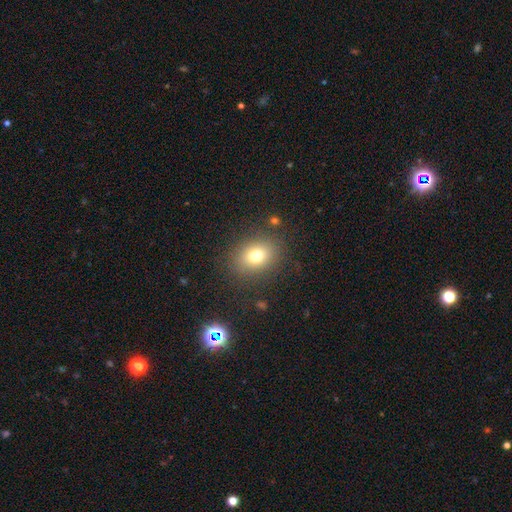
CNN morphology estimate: Smooth or featured?
  - smooth: 75% *
  - star or artifact: 14%
  - featured or disk: 11%
How rounded?
  - in between: 52% *
  - round: 47%
  - cigar-shaped: 1%
Merging?
  - none: 85% *
  - minor disturbance: 9%
  - major disturbance: 4%
  - merger: 2%